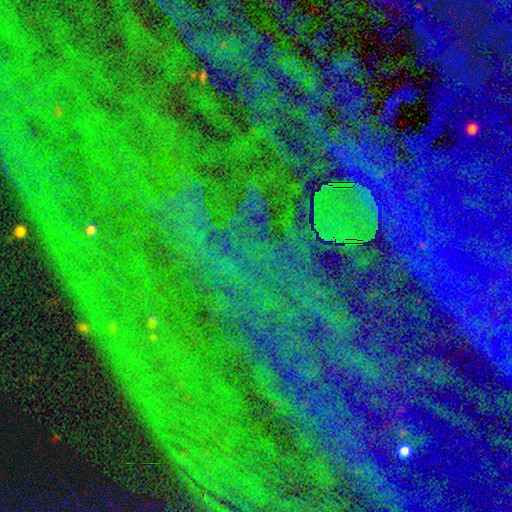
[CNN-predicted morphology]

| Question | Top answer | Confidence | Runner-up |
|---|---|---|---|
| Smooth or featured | star or artifact | 86% | featured or disk (7%) |